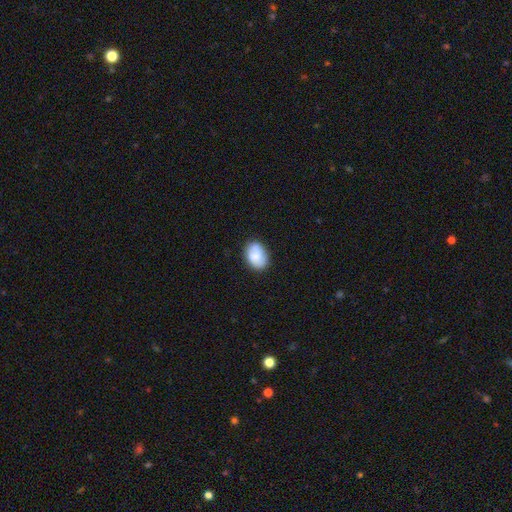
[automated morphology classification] A smooth galaxy with no disk features (80%) that is in between round and cigar-shaped (79%).

Vote fractions:
- Smooth or featured? smooth: 80% / featured or disk: 13% / star or artifact: 7%
- How rounded? in between: 79% / round: 20% / cigar-shaped: 1%
- Merging? none: 77% / minor disturbance: 17% / major disturbance: 4% / merger: 2%